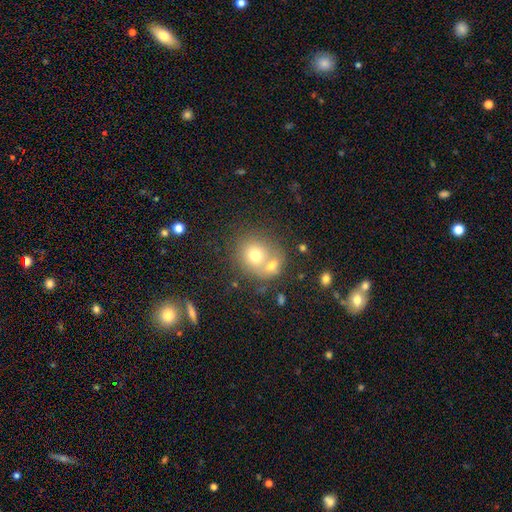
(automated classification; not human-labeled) smooth_or_featured: smooth (p=0.68) [alt: featured or disk p=0.19]
how_rounded: round (p=0.78) [alt: in between p=0.21]
merging: merger (p=0.48) [alt: none p=0.40]